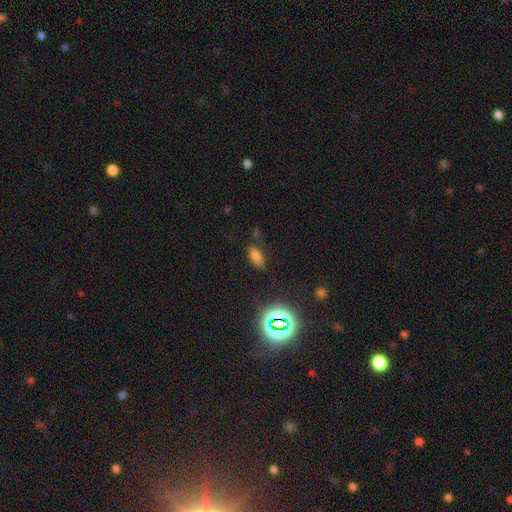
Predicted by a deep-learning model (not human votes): Smooth or featured: smooth — 68% (star or artifact — 22%)
How rounded: in between — 86% (cigar-shaped — 9%)
Merging: none — 75% (minor disturbance — 16%)